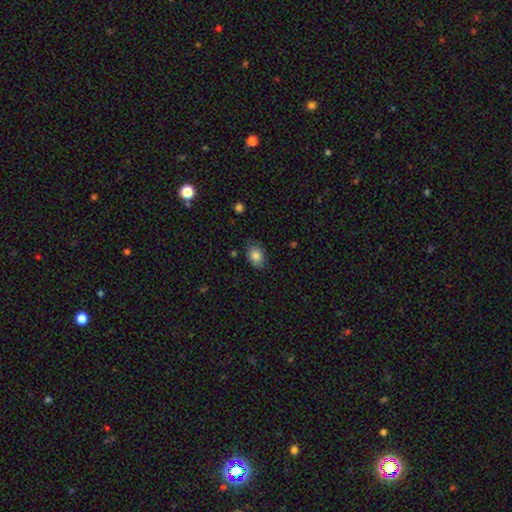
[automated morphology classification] Smooth or featured? Predicted: smooth (p=0.84). How rounded? Predicted: in between (p=0.76). Merging? Predicted: none (p=0.77).